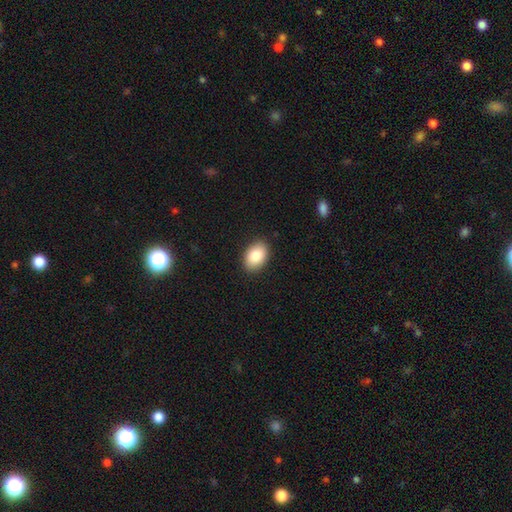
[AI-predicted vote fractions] Overall: smooth (85%). How rounded: in between (86%). Merging: none (89%).